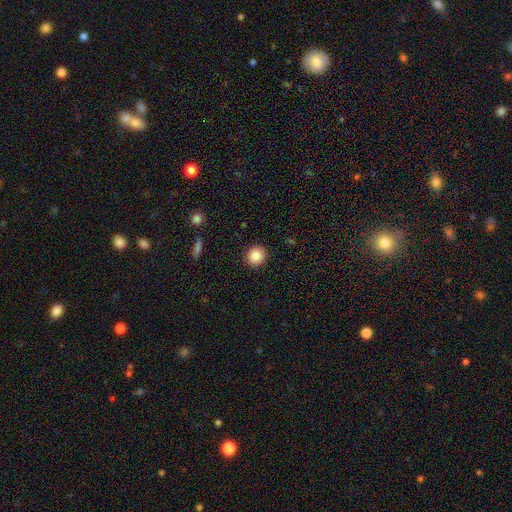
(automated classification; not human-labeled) Smooth or featured? smooth (88%)
How rounded? round (87%)
Merging? none (92%)